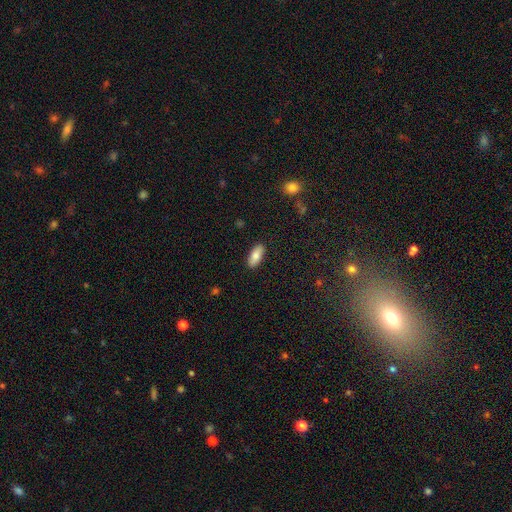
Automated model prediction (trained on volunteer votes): Smooth or featured?
  - smooth: 81% *
  - featured or disk: 13%
  - star or artifact: 6%
How rounded?
  - in between: 86% *
  - cigar-shaped: 12%
  - round: 2%
Merging?
  - none: 89% *
  - minor disturbance: 8%
  - major disturbance: 2%
  - merger: 1%